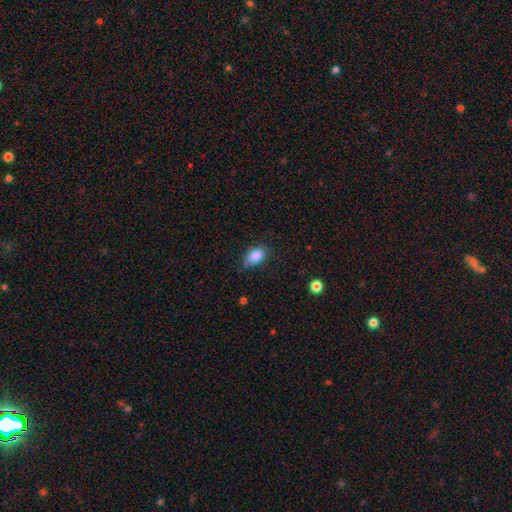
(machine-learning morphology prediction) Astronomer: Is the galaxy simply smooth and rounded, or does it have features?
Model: smooth — 85%.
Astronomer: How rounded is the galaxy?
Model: in between — 85%.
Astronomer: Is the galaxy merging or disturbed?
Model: none — 60%.